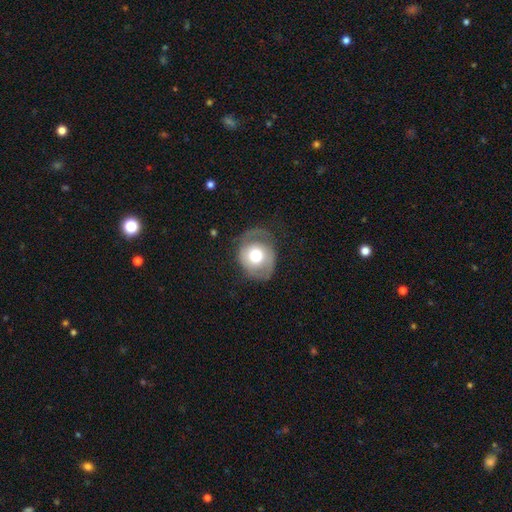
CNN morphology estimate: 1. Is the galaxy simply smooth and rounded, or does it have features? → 48% featured or disk, 45% smooth, 7% star or artifact.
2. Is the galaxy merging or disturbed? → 53% none, 25% minor disturbance, 21% major disturbance, 1% merger.